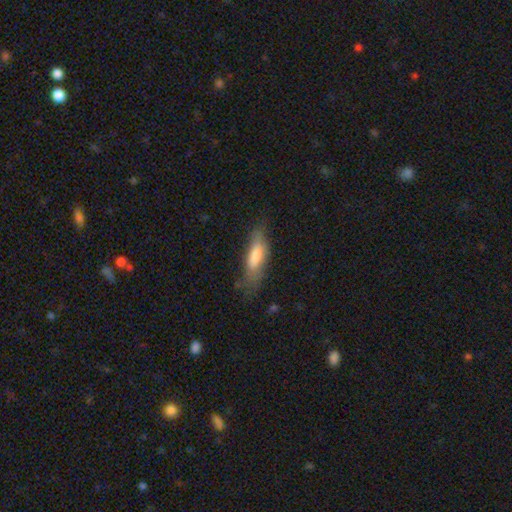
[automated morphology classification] Q: Smooth or featured?
A: smooth (71%); runner-up: featured or disk (23%)
Q: How rounded?
A: cigar-shaped (53%); runner-up: in between (46%)
Q: Merging?
A: none (62%); runner-up: minor disturbance (26%)